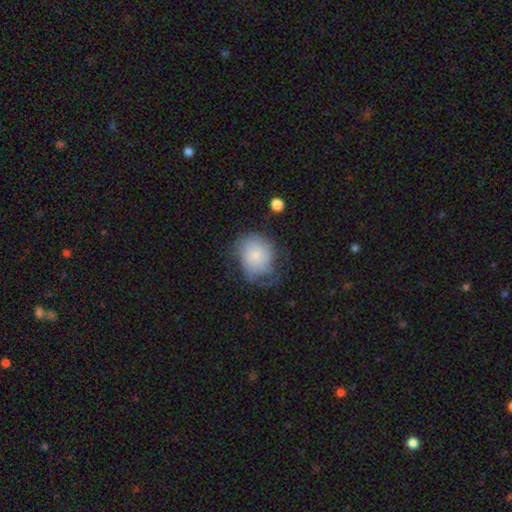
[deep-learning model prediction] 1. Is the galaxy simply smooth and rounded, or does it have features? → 64% smooth, 28% featured or disk, 8% star or artifact.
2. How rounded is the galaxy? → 61% round, 38% in between, 1% cigar-shaped.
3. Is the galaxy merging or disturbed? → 39% none, 32% minor disturbance, 27% major disturbance, 2% merger.